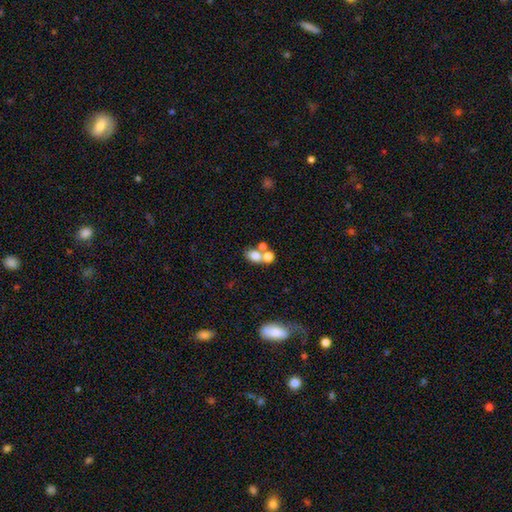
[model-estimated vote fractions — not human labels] smooth 72%, featured or disk 17%, star or artifact 11%. Down the decision tree: how rounded — in between (62%); merging — merger (54%).